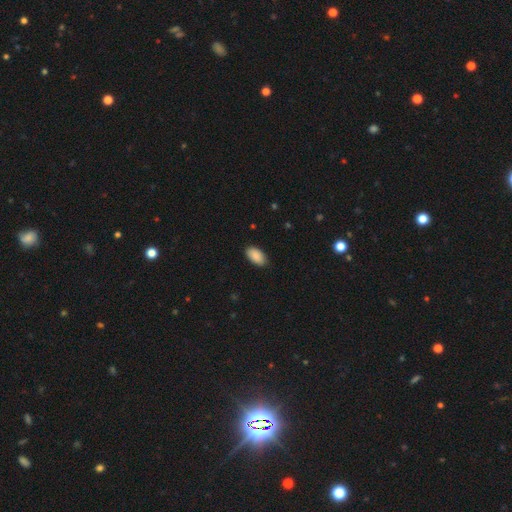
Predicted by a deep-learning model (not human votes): Morphology: type=smooth (90%); roundness=in between (95%); merging=none (85%).